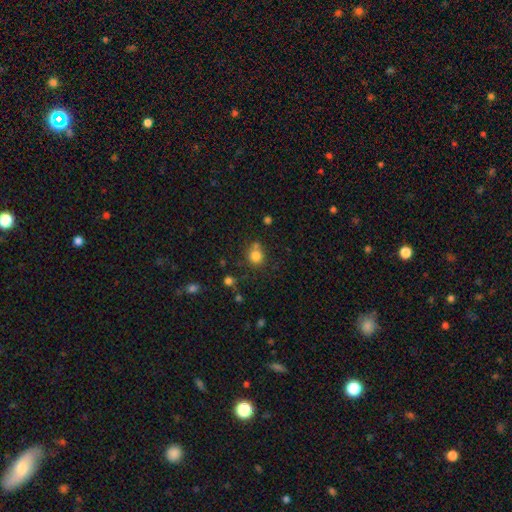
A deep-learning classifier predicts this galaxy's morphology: Smooth or featured: smooth — 81% (star or artifact — 12%)
How rounded: round — 85% (in between — 15%)
Merging: none — 63% (merger — 19%)